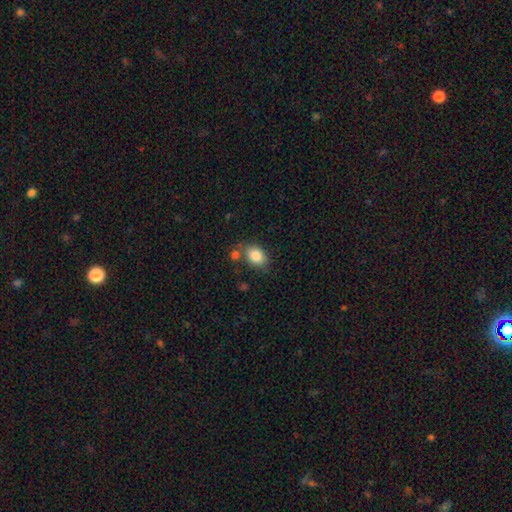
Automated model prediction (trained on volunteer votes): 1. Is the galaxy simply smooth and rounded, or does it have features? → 84% smooth, 8% star or artifact, 7% featured or disk.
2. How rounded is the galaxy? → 74% in between, 25% round, 1% cigar-shaped.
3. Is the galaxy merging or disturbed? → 66% none, 15% minor disturbance, 14% merger, 5% major disturbance.